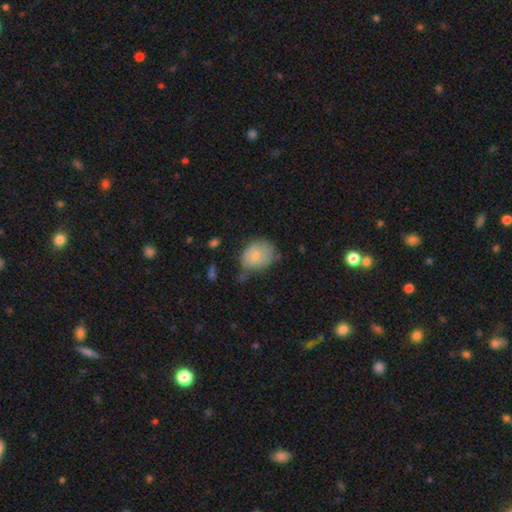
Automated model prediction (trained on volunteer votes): Smooth or featured? smooth (74%)
How rounded? in between (52%)
Merging? none (43%)